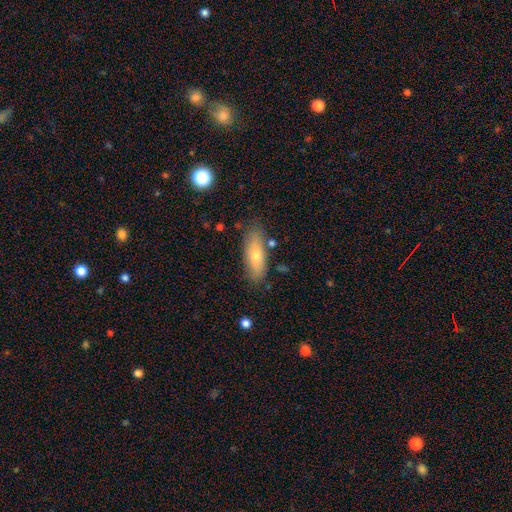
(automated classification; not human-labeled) Smooth or featured? Predicted: smooth (p=0.63). How rounded? Predicted: in between (p=0.59). Merging? Predicted: none (p=0.80).